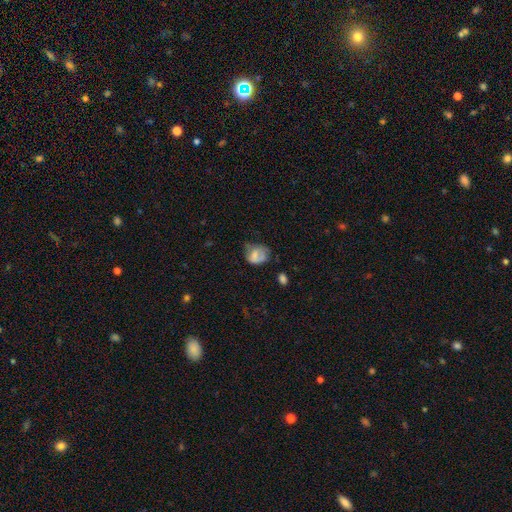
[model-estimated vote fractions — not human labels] This is likely a smooth galaxy (62%). How rounded: possibly in between (52%). Merging: marginally none (36%, tied with minor disturbance).